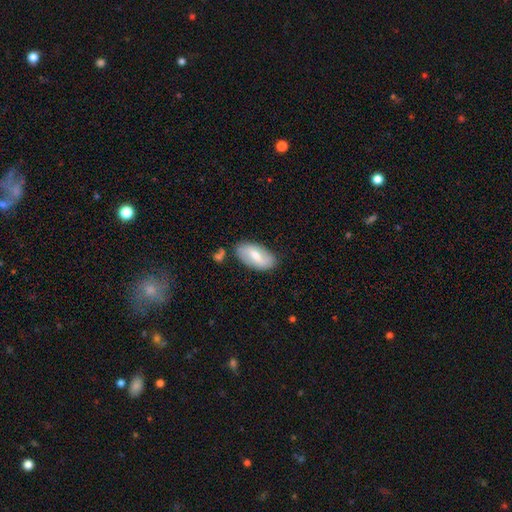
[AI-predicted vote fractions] A smooth galaxy with no disk features (56%) that is in between round and cigar-shaped (93%). Merging: none (79%).